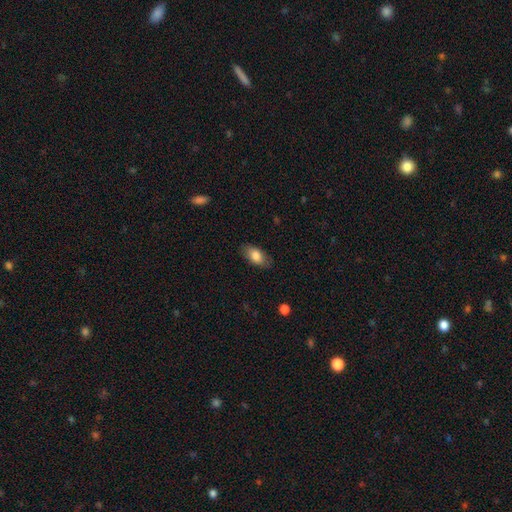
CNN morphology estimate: A smooth galaxy with no disk features (81%) that is in between round and cigar-shaped (91%). Merging: none (83%).